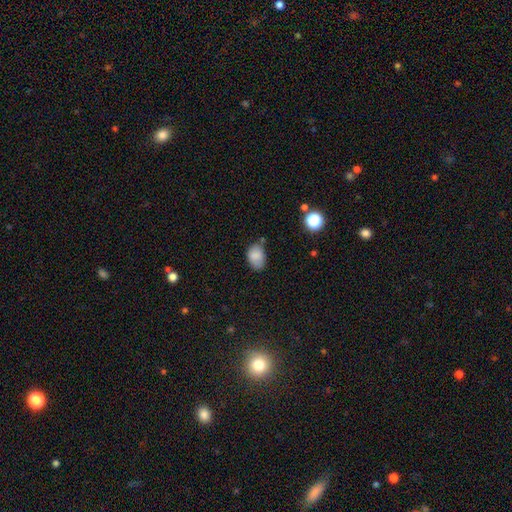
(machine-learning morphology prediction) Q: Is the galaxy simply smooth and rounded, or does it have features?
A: smooth — 83%.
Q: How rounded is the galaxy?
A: in between — 82%.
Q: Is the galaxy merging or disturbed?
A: none — 58%.